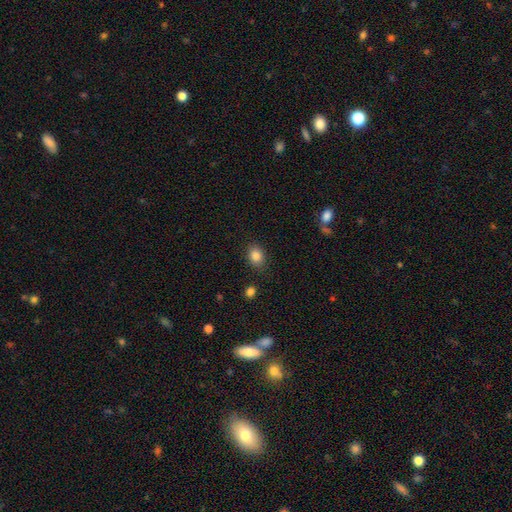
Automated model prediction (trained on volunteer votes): Smooth or featured? smooth (85%)
How rounded? in between (61%)
Merging? none (82%)